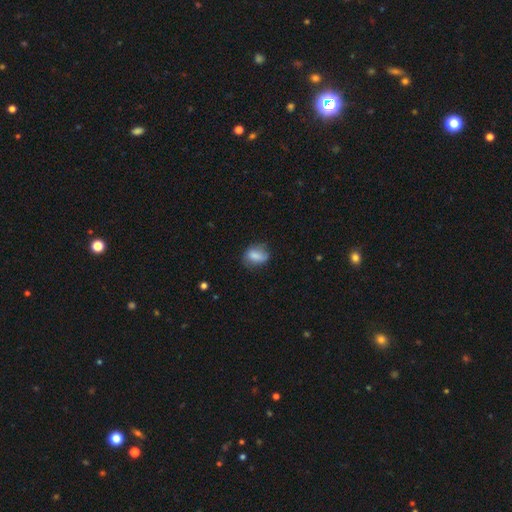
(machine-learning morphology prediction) This appears to be a smooth galaxy with no disk features (74%) that is in between round and cigar-shaped (69%). Merging: none (63%).